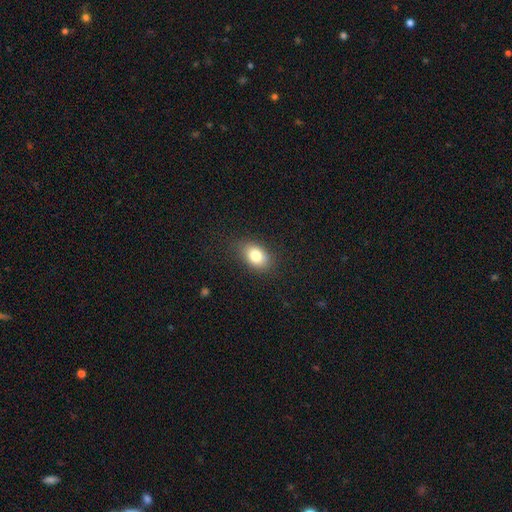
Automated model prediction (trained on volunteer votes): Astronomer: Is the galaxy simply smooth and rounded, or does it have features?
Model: smooth — 81%.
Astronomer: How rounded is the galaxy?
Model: in between — 78%.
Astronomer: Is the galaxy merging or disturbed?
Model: none — 81%.